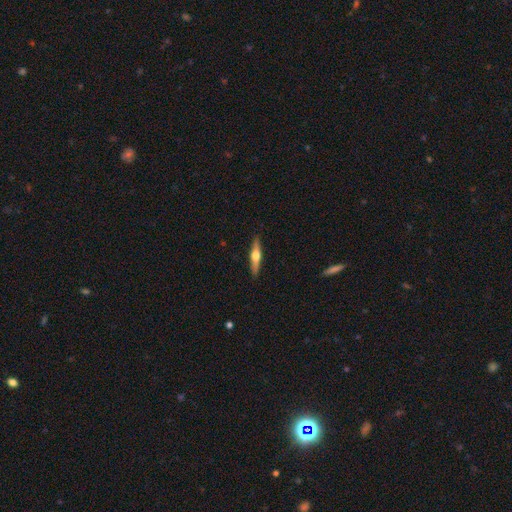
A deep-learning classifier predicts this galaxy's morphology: Smooth or featured? Predicted: featured or disk (p=0.61). Edge-on disk? Predicted: yes (p=0.96). Edge-on bulge? Predicted: rounded (p=0.94). Merging? Predicted: none (p=0.91).